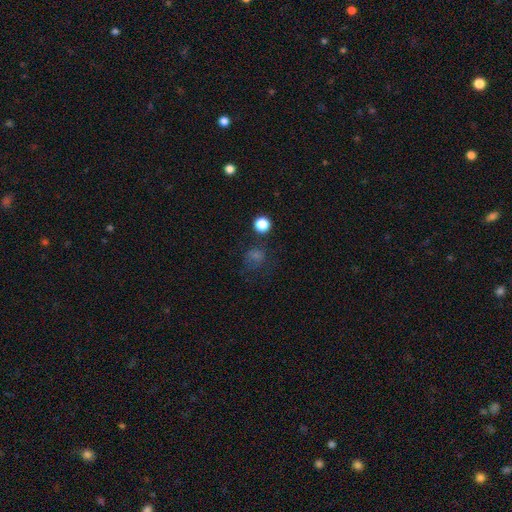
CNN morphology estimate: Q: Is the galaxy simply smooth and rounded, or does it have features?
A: smooth — 52%.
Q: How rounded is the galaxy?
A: round — 75%.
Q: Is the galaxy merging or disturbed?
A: none — 62%.